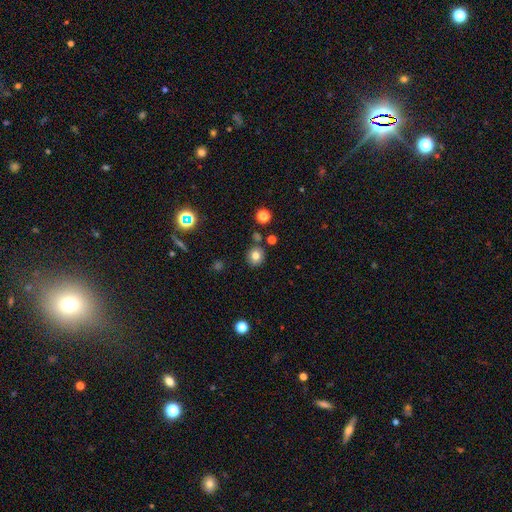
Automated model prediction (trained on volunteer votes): smooth_or_featured: smooth (p=0.77) [alt: star or artifact p=0.13]
how_rounded: round (p=0.83) [alt: in between p=0.16]
merging: none (p=0.83) [alt: minor disturbance p=0.09]